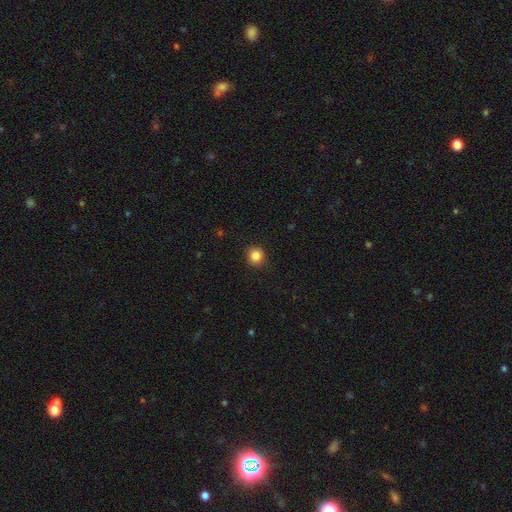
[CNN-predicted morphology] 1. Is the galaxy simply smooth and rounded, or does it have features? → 85% smooth, 10% star or artifact, 4% featured or disk.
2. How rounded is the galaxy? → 89% round, 10% in between, 1% cigar-shaped.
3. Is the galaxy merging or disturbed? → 90% none, 7% minor disturbance, 2% major disturbance, 1% merger.